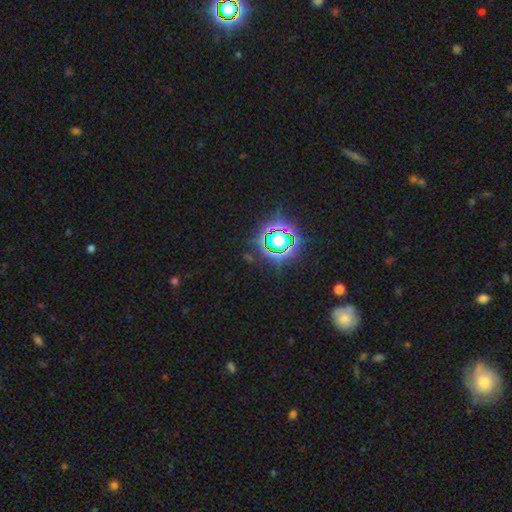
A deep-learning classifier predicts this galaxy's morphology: smooth_or_featured: star or artifact (p=0.78) [alt: smooth p=0.14]